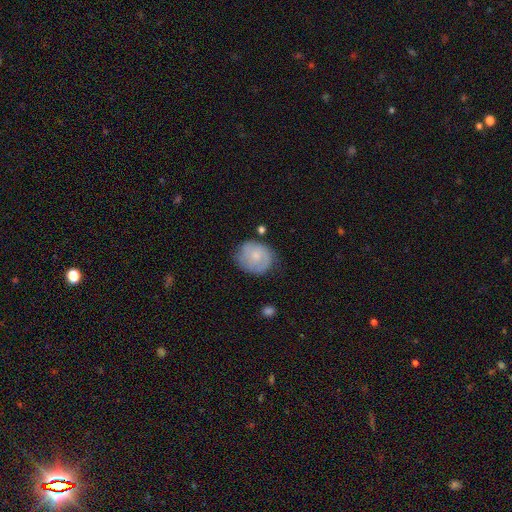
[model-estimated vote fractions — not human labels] Smooth or featured? smooth (52%)
How rounded? round (67%)
Merging? none (68%)